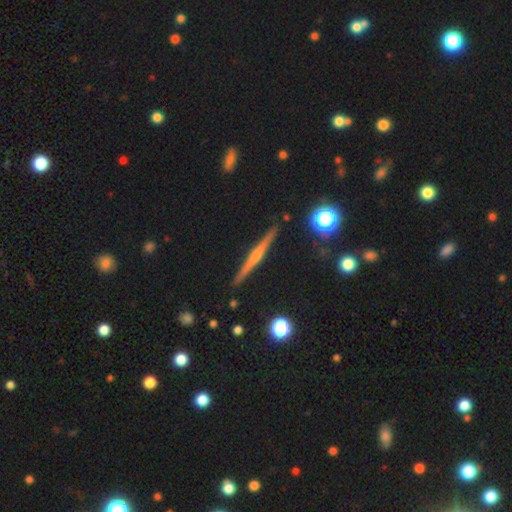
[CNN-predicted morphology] Smooth or featured? featured or disk (76%)
Edge-on disk? yes (98%)
Edge-on bulge? rounded (75%)
Merging? none (91%)